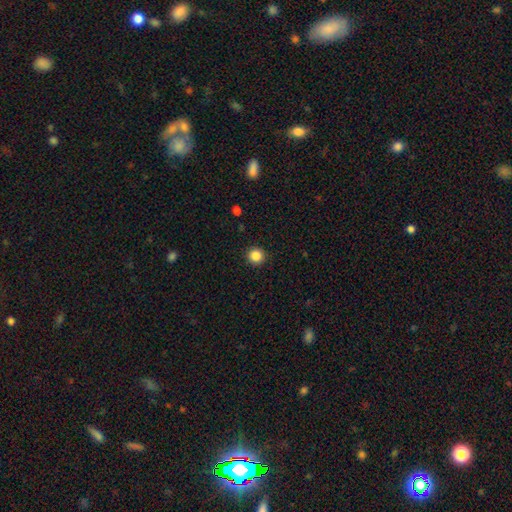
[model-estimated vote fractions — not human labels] smooth 86%, star or artifact 11%, featured or disk 3%. Down the decision tree: how rounded — round (95%); merging — none (93%).